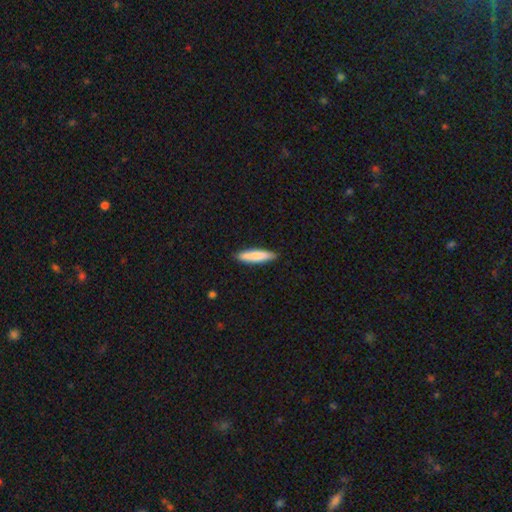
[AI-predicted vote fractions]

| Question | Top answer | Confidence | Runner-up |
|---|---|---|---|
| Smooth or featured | smooth | 83% | featured or disk (12%) |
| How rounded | cigar-shaped | 83% | in between (16%) |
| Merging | none | 90% | minor disturbance (8%) |